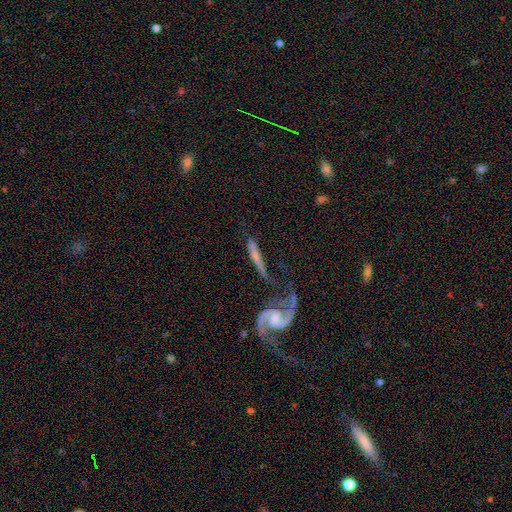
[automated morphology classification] A featured or disk galaxy (73%). Merging: none (48%).